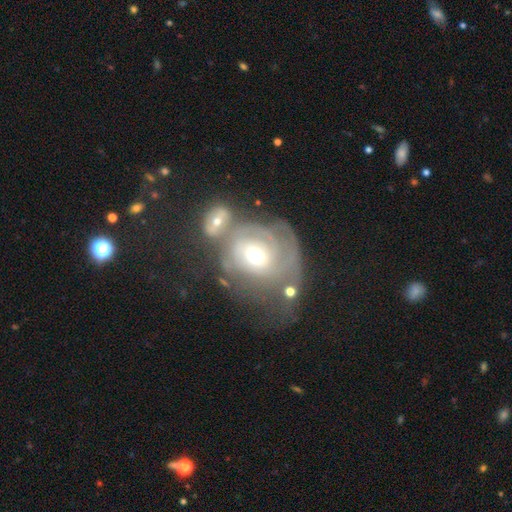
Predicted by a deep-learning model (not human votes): Smooth or featured? featured or disk (62%)
Edge-on disk? no (96%)
Bar? no (76%)
Spiral arms? yes (64%)
Bulge size? moderate (70%)
Merging? merger (38%)